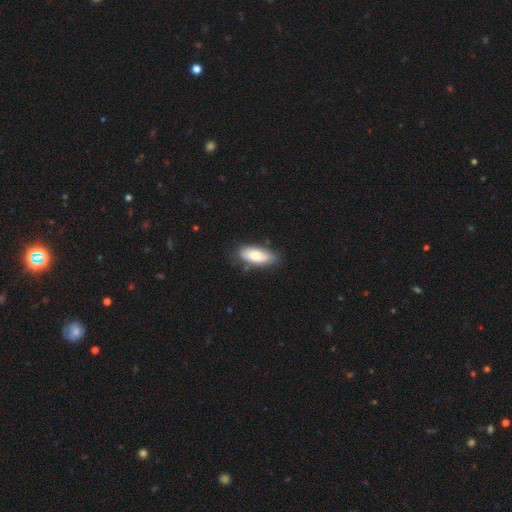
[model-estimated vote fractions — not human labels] Morphology: type=smooth (75%); roundness=in between (84%); merging=none (75%).